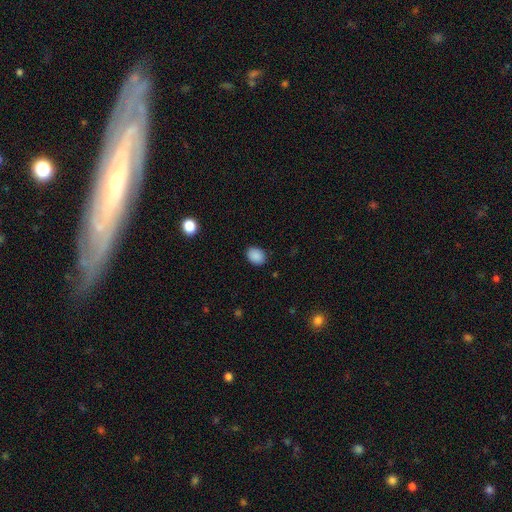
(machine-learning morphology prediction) smooth-or-featured: smooth: 88% | star or artifact: 9% | featured or disk: 3%
  how-rounded: in between: 59% | round: 40% | cigar-shaped: 1%
  merging: none: 86% | minor disturbance: 10% | major disturbance: 2% | merger: 1%